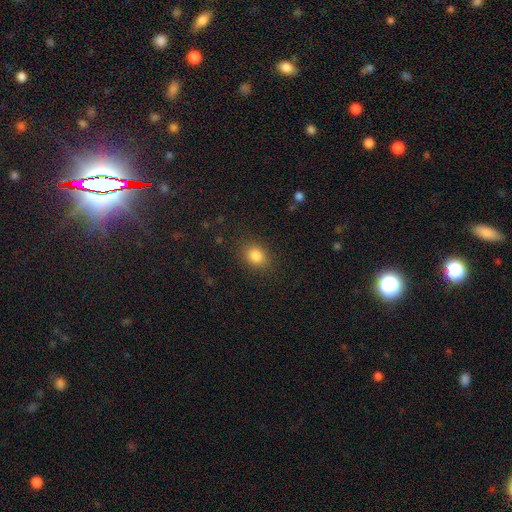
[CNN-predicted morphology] Smooth or featured? smooth (84%)
How rounded? in between (50%)
Merging? none (85%)